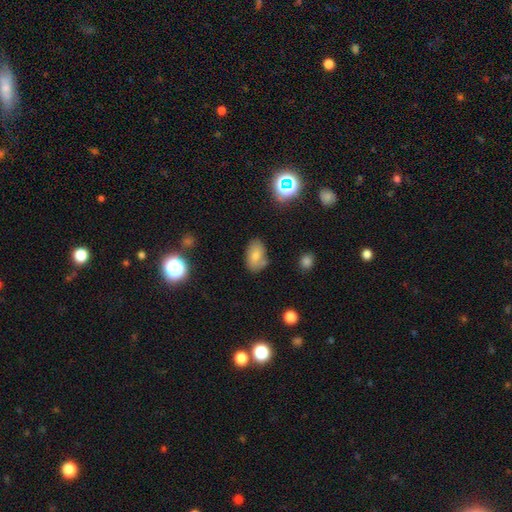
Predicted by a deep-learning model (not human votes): Q: Smooth or featured?
A: smooth (74%); runner-up: featured or disk (15%)
Q: How rounded?
A: in between (89%); runner-up: round (10%)
Q: Merging?
A: none (67%); runner-up: minor disturbance (20%)